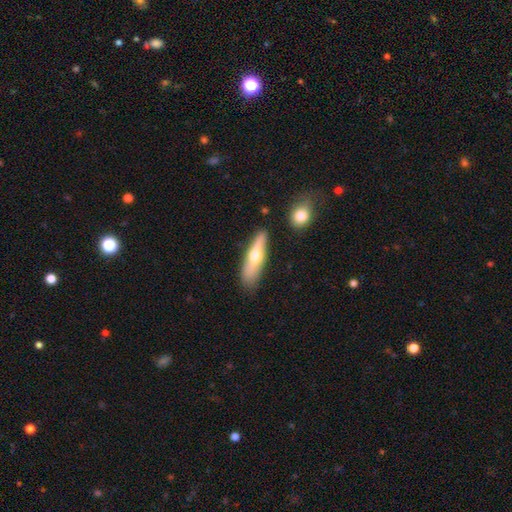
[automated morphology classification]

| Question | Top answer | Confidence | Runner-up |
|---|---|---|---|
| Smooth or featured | smooth | 54% | featured or disk (41%) |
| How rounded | cigar-shaped | 69% | in between (29%) |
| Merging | none | 77% | minor disturbance (15%) |